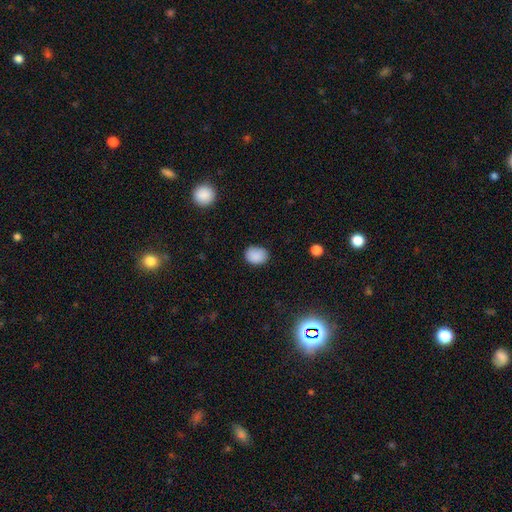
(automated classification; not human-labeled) Overall: smooth (88%). How rounded: in between (55%; round 44%). Merging: none (81%).